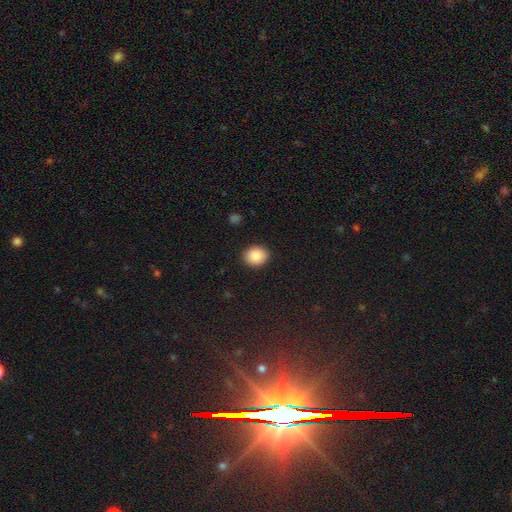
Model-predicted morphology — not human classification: A smooth galaxy with no disk features (86%) that is round (60%). Merging: none (90%).